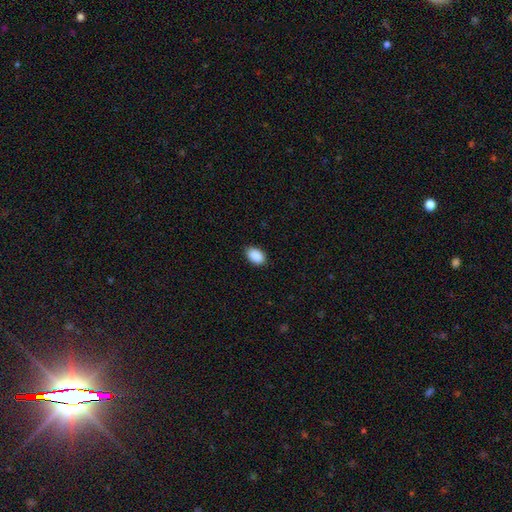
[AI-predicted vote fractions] Smooth or featured?
  - smooth: 91% *
  - star or artifact: 7%
  - featured or disk: 2%
How rounded?
  - in between: 88% *
  - round: 11%
  - cigar-shaped: 1%
Merging?
  - none: 87% *
  - minor disturbance: 10%
  - major disturbance: 2%
  - merger: 1%